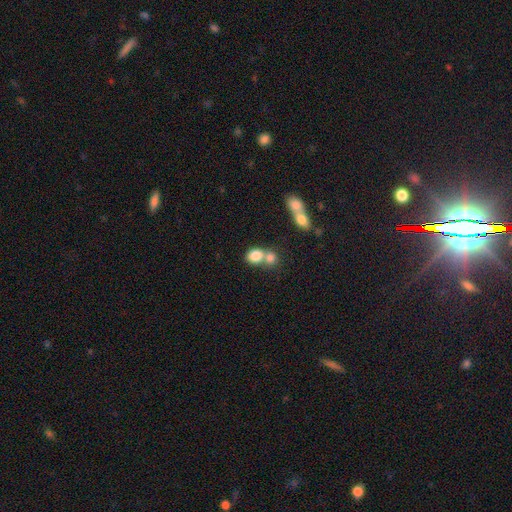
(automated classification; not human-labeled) A smooth galaxy with no disk features (81%) that is round (52%).

Vote fractions:
- Smooth or featured? smooth: 81% / featured or disk: 10% / star or artifact: 9%
- How rounded? round: 52% / in between: 47% / cigar-shaped: 1%
- Merging? merger: 55% / none: 34% / minor disturbance: 8% / major disturbance: 4%